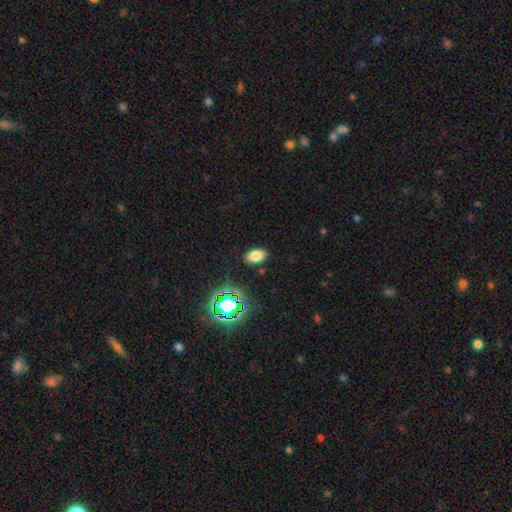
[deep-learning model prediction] Smooth or featured? Predicted: smooth (p=0.75). How rounded? Predicted: in between (p=0.90). Merging? Predicted: none (p=0.87).